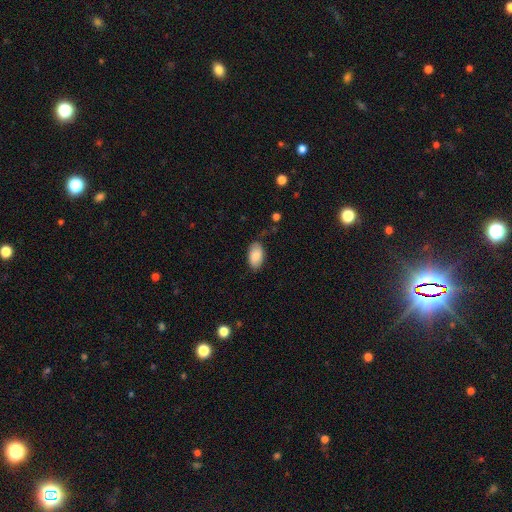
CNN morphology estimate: A smooth galaxy with no disk features (83%) that is in between round and cigar-shaped (95%).

Vote fractions:
- Smooth or featured? smooth: 83% / featured or disk: 10% / star or artifact: 6%
- How rounded? in between: 95% / round: 4% / cigar-shaped: 2%
- Merging? none: 76% / minor disturbance: 19% / major disturbance: 4% / merger: 1%